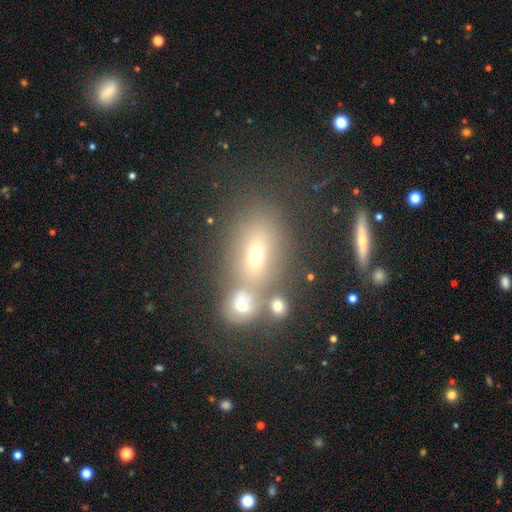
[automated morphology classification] smooth 59%, featured or disk 21%, star or artifact 20%. Down the decision tree: how rounded — in between (66%); merging — none (51%).